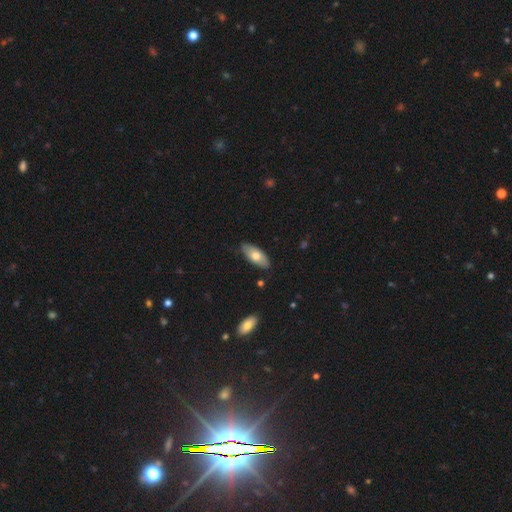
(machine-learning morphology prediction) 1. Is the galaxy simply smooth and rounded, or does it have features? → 70% smooth, 24% featured or disk, 6% star or artifact.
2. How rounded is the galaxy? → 86% in between, 11% cigar-shaped, 2% round.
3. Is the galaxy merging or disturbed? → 84% none, 13% minor disturbance, 2% major disturbance, 1% merger.